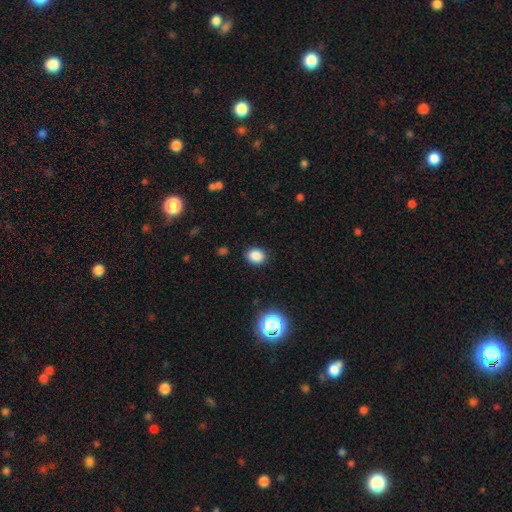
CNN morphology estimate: A smooth galaxy with no disk features (85%) that is round (52%). Merging: none (88%).